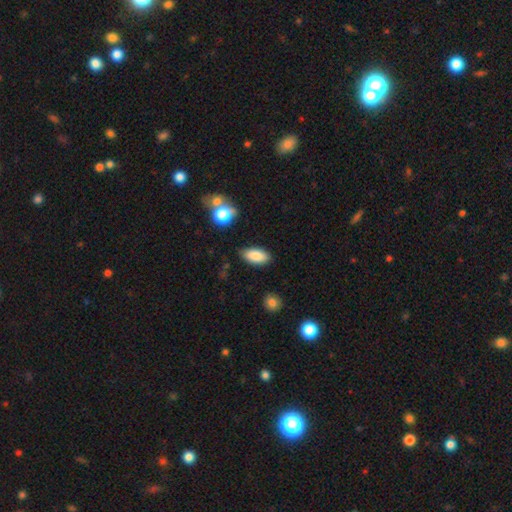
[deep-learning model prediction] The model was most divided on "merging": none: 84%, minor disturbance: 11%, major disturbance: 3%, merger: 2%. More confident: how rounded — in between (91%); smooth or featured — smooth (87%).